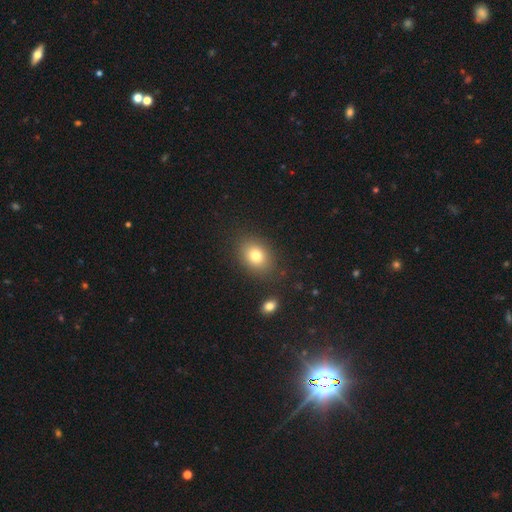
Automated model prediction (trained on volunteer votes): Smooth or featured? smooth (79%)
How rounded? in between (67%)
Merging? none (83%)